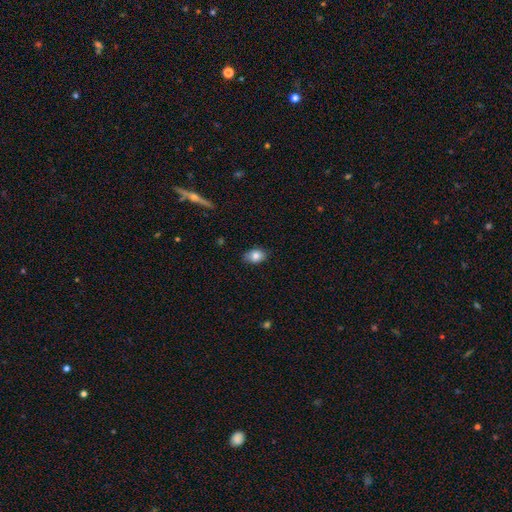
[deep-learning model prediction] Morphology: type=smooth (84%); roundness=in between (77%); merging=none (79%).